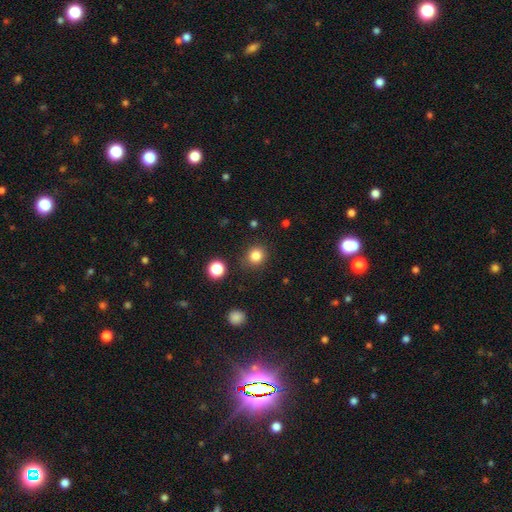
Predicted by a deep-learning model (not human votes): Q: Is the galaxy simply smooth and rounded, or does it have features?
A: smooth — 83%.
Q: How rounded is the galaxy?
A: round — 83%.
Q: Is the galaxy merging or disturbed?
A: none — 87%.